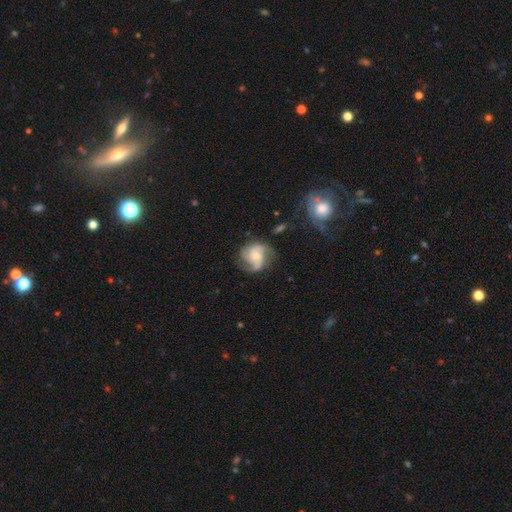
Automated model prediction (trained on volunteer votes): Smooth or featured? featured or disk (74%)
Edge-on disk? no (98%)
Bar? no (64%)
Spiral arms? yes (94%)
Spiral winding? medium (48%)
Spiral arm count? 3 (47%)
Bulge size? small (47%)
Merging? none (65%)